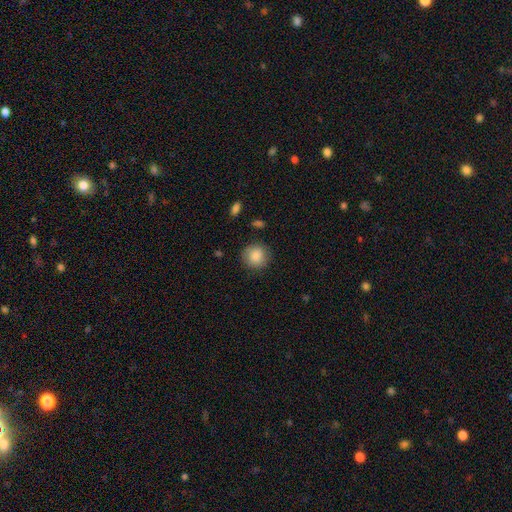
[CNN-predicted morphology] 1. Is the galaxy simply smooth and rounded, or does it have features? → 87% smooth, 8% star or artifact, 6% featured or disk.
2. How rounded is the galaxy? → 90% round, 9% in between, 1% cigar-shaped.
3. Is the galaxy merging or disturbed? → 86% none, 10% minor disturbance, 3% major disturbance, 2% merger.